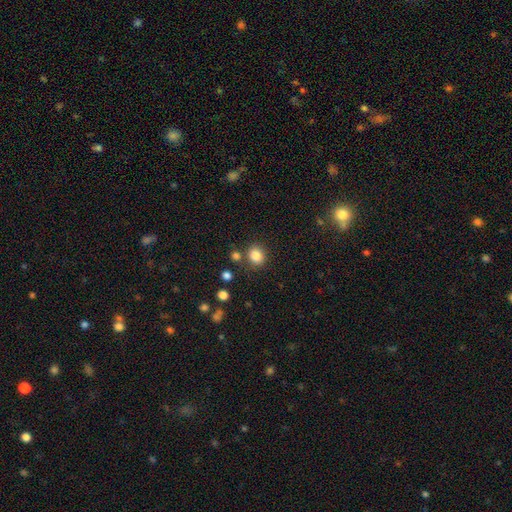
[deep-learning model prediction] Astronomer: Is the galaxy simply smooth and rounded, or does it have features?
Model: smooth — 85%.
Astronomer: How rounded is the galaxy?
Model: round — 71%.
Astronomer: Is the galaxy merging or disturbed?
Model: none — 79%.